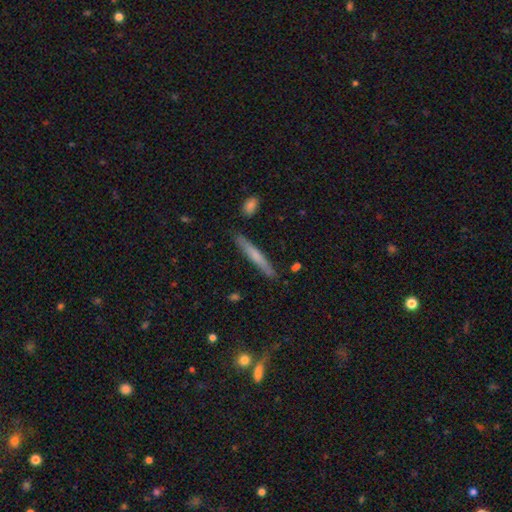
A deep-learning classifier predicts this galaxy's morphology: type=smooth (60%); roundness=cigar-shaped (95%); merging=none (87%).